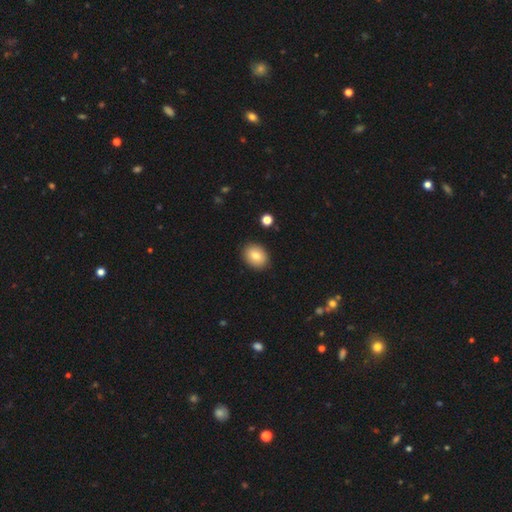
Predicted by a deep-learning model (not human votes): The model was most divided on "how rounded": in between: 59%, round: 40%, cigar-shaped: 1%. More confident: merging — none (89%); smooth or featured — smooth (82%).